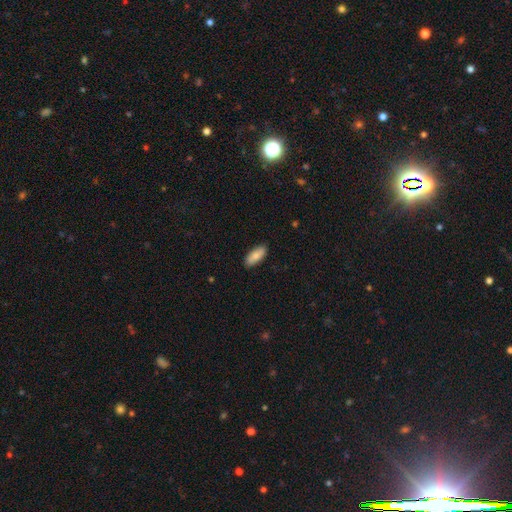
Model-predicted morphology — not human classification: A smooth galaxy with no disk features (81%) that is in between round and cigar-shaped (83%).

Vote fractions:
- Smooth or featured? smooth: 81% / featured or disk: 13% / star or artifact: 6%
- How rounded? in between: 83% / cigar-shaped: 15% / round: 2%
- Merging? none: 89% / minor disturbance: 9% / major disturbance: 2% / merger: 1%